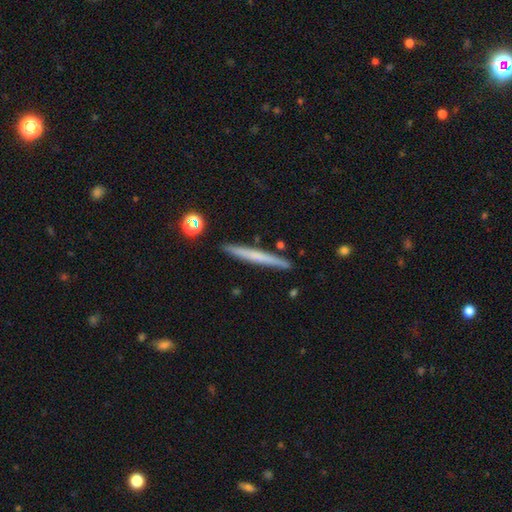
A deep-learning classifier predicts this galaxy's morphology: Smooth or featured? Predicted: featured or disk (p=0.48). Merging? Predicted: none (p=0.90).